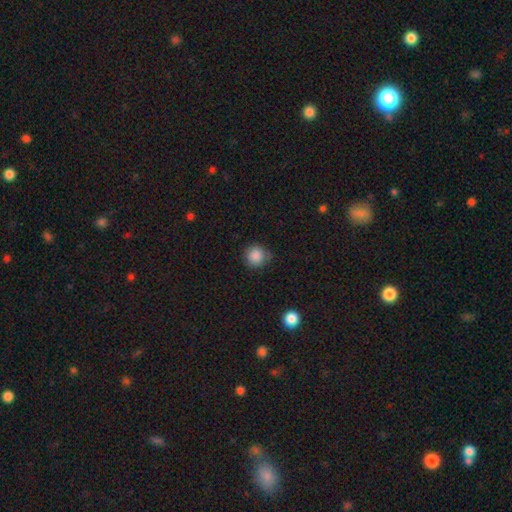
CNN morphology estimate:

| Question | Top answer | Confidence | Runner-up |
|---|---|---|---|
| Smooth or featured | smooth | 87% | star or artifact (9%) |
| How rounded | round | 92% | in between (7%) |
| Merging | none | 76% | minor disturbance (18%) |